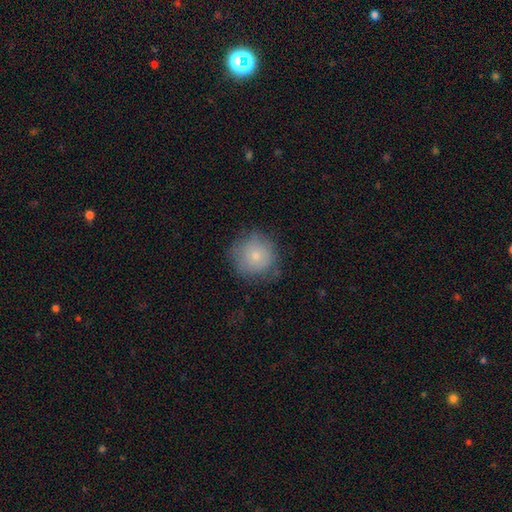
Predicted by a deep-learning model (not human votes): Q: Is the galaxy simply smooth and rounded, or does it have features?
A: smooth — 76%.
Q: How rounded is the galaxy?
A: round — 93%.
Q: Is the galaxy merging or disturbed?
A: none — 73%.